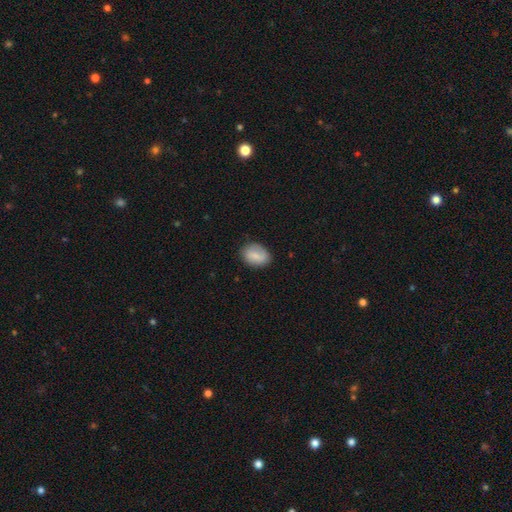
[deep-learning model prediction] This appears to be a smooth galaxy with no disk features (74%) that is in between round and cigar-shaped (67%). Merging: none (79%).